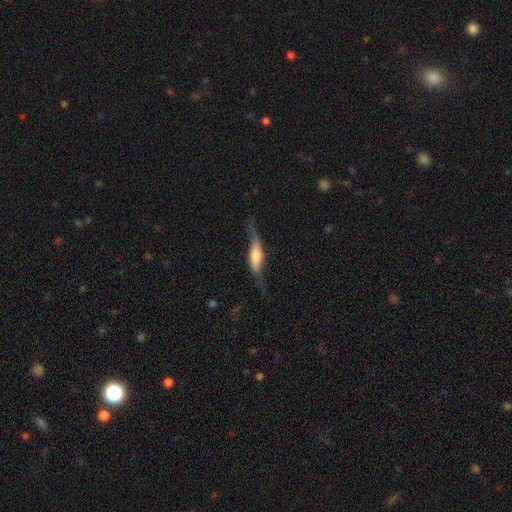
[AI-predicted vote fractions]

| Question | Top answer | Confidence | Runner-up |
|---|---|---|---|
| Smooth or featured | featured or disk | 56% | smooth (38%) |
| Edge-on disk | yes | 65% | no (35%) |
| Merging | none | 47% | minor disturbance (28%) |